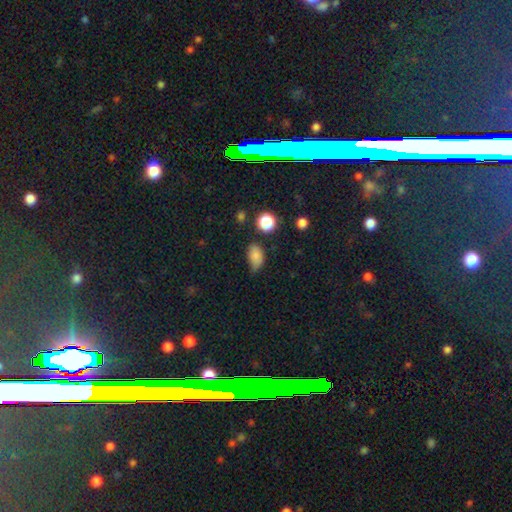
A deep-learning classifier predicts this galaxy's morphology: Overall: smooth (80%). How rounded: in between (85%). Merging: none (46%; minor disturbance 42%).